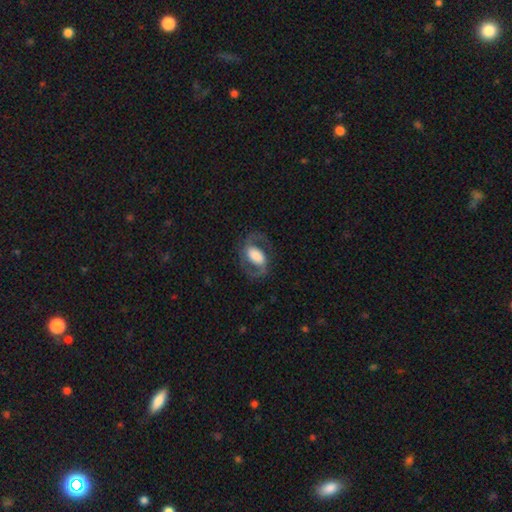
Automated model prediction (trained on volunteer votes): The model was most divided on "bar": weak: 35%, no: 33%, strong: 32%. Remaining: edge-on disk — no (96%); spiral arm count — 2 (91%); spiral arms — yes (89%); smooth or featured — featured or disk (75%); merging — none (74%); spiral winding — medium (55%); bulge size — large (49%).